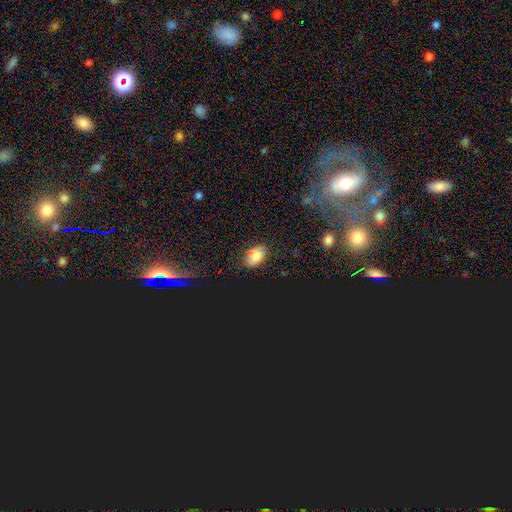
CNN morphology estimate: Smooth or featured? smooth (71%)
How rounded? in between (85%)
Merging? none (78%)